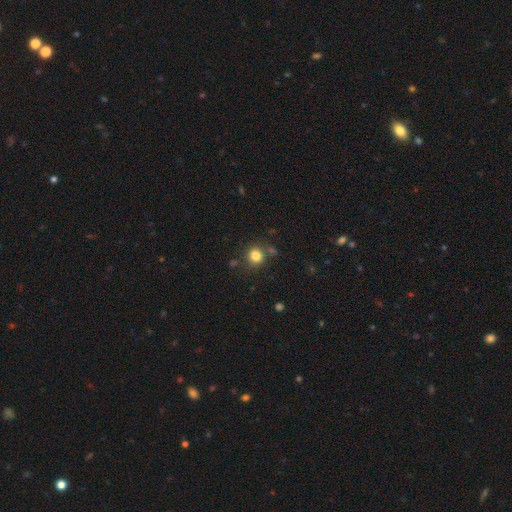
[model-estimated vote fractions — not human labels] Q: Smooth or featured?
A: smooth (82%); runner-up: star or artifact (12%)
Q: How rounded?
A: round (89%); runner-up: in between (10%)
Q: Merging?
A: none (78%); runner-up: minor disturbance (11%)